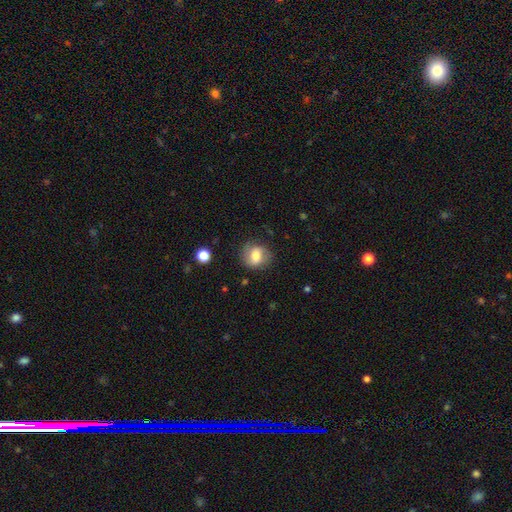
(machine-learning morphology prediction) smooth_or_featured: smooth (p=0.62) [alt: featured or disk p=0.29]
how_rounded: round (p=0.68) [alt: in between p=0.31]
merging: none (p=0.74) [alt: minor disturbance p=0.18]